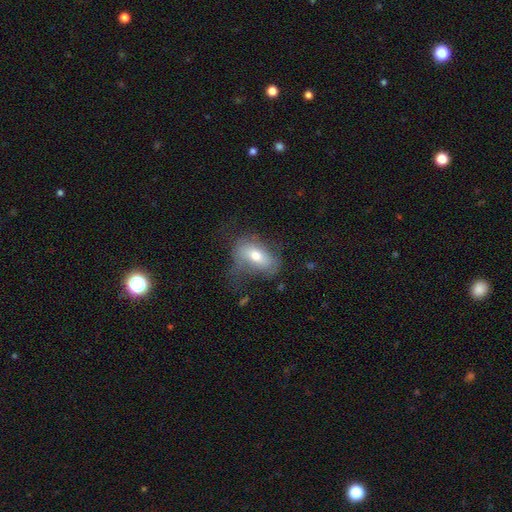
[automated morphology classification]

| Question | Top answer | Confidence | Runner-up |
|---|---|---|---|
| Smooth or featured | smooth | 61% | featured or disk (30%) |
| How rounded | in between | 86% | cigar-shaped (7%) |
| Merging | none | 42% | minor disturbance (30%) |